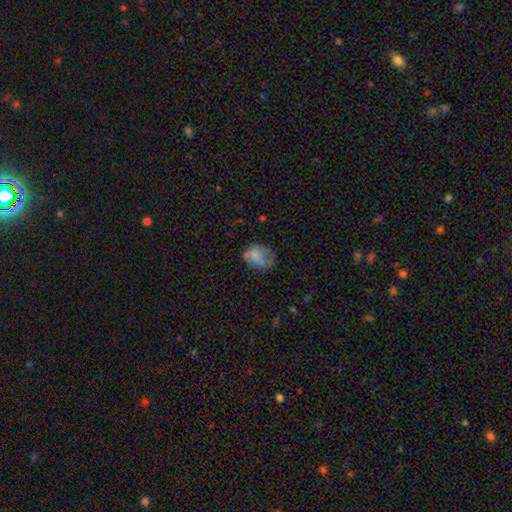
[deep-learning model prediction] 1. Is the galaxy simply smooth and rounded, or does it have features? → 66% smooth, 24% featured or disk, 10% star or artifact.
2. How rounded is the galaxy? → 62% in between, 37% round, 1% cigar-shaped.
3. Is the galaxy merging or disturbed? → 41% none, 31% minor disturbance, 25% major disturbance, 4% merger.